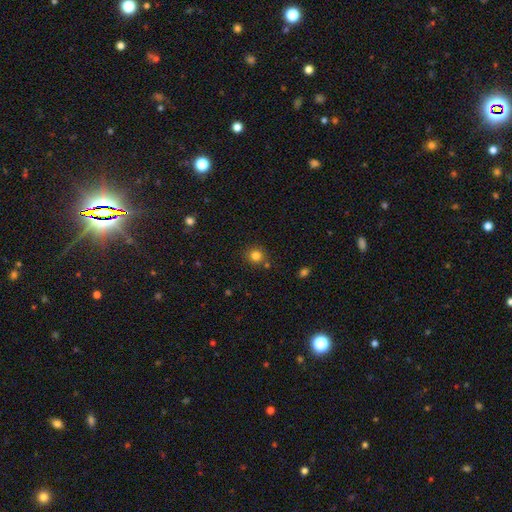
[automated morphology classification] This appears to be a smooth galaxy with no disk features (81%) that is round (90%). Merging: none (82%).